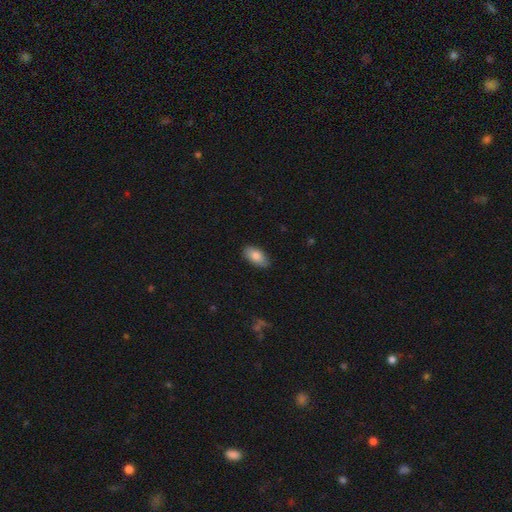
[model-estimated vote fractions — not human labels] Smooth or featured? smooth (84%)
How rounded? in between (94%)
Merging? none (86%)